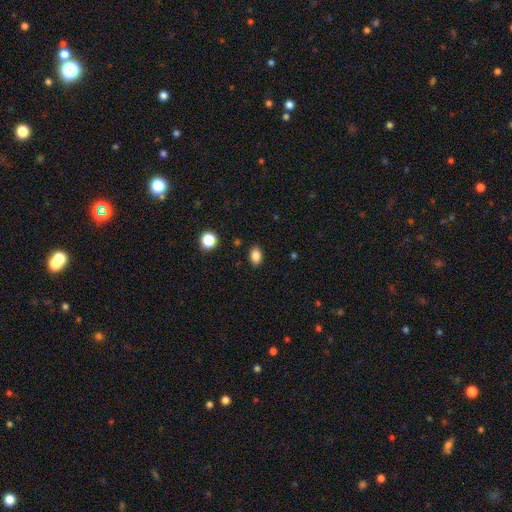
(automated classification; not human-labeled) Overall: smooth (85%). How rounded: in between (82%). Merging: none (88%).